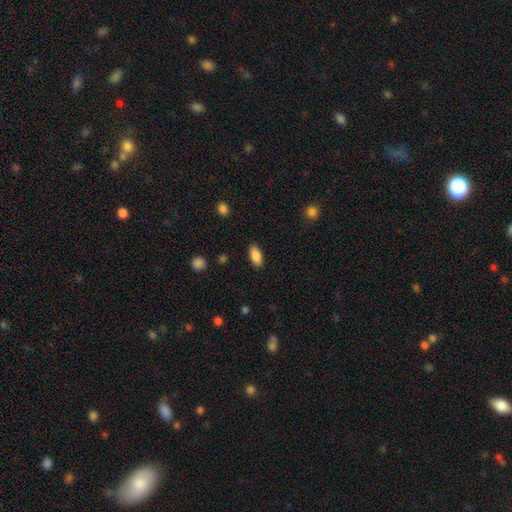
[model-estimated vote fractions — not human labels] Overall: smooth (87%). How rounded: in between (87%). Merging: none (88%).